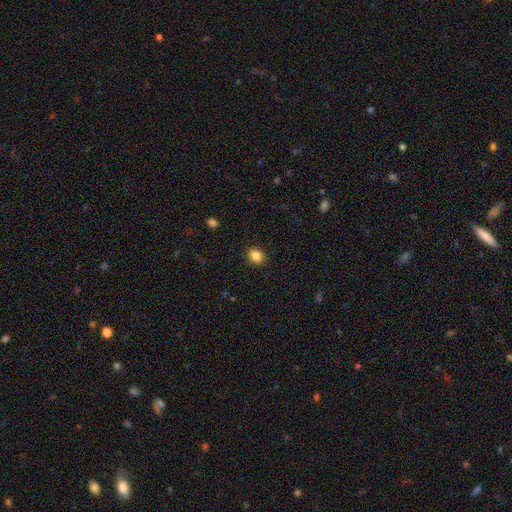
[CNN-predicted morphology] Q: Smooth or featured?
A: smooth (85%); runner-up: star or artifact (10%)
Q: How rounded?
A: round (55%); runner-up: in between (45%)
Q: Merging?
A: none (90%); runner-up: minor disturbance (7%)